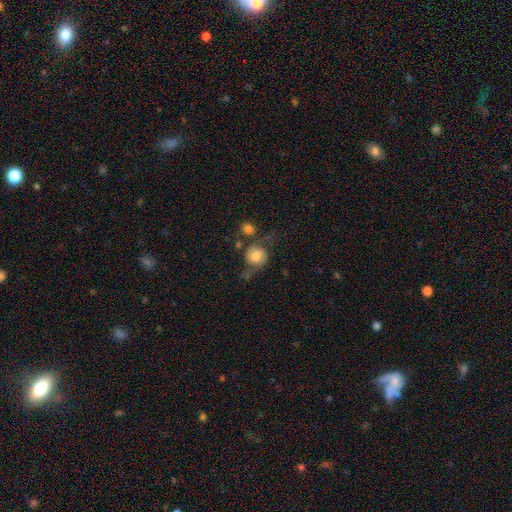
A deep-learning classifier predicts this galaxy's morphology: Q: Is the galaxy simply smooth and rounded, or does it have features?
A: smooth — 67%.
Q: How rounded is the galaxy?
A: round — 85%.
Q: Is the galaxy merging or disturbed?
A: none — 46%.